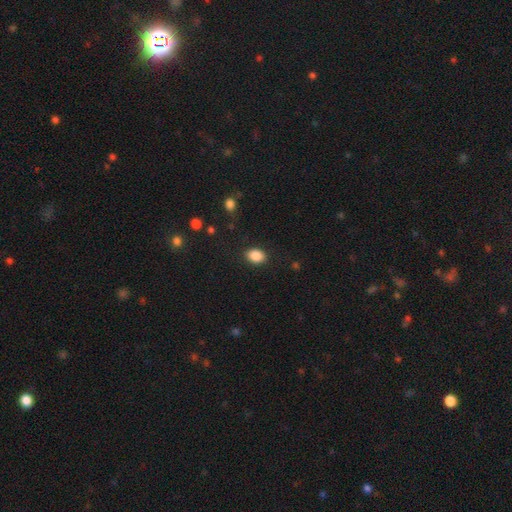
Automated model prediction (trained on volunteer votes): A smooth galaxy with no disk features (88%) that is in between round and cigar-shaped (71%).

Vote fractions:
- Smooth or featured? smooth: 88% / star or artifact: 8% / featured or disk: 4%
- How rounded? in between: 71% / round: 28% / cigar-shaped: 1%
- Merging? none: 87% / minor disturbance: 9% / major disturbance: 3% / merger: 1%